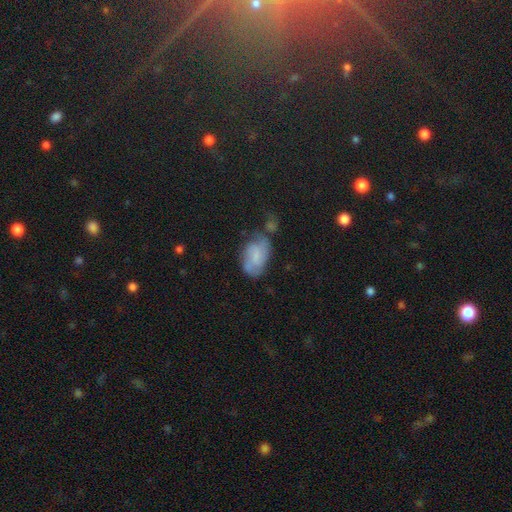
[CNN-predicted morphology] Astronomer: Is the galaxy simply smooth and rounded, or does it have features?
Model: smooth — 50% (runner-up: featured or disk, 40%).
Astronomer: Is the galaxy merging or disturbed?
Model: none — 46% (runner-up: minor disturbance, 27%).